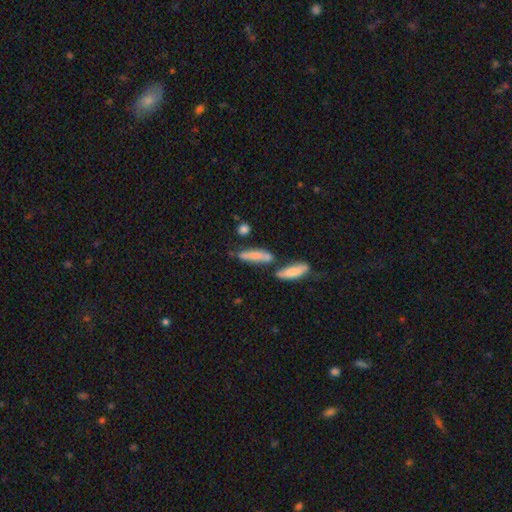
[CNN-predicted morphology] smooth_or_featured: smooth (p=0.73) [alt: featured or disk p=0.20]
how_rounded: cigar-shaped (p=0.69) [alt: in between p=0.28]
merging: none (p=0.54) [alt: merger p=0.25]